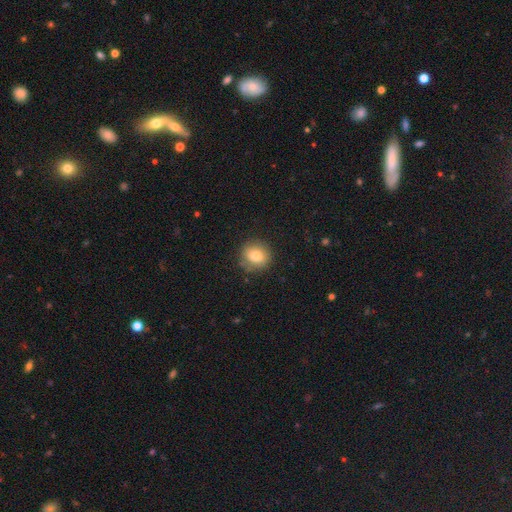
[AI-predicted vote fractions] This appears to be a smooth galaxy with no disk features (80%) that is round (79%). Merging: none (83%).